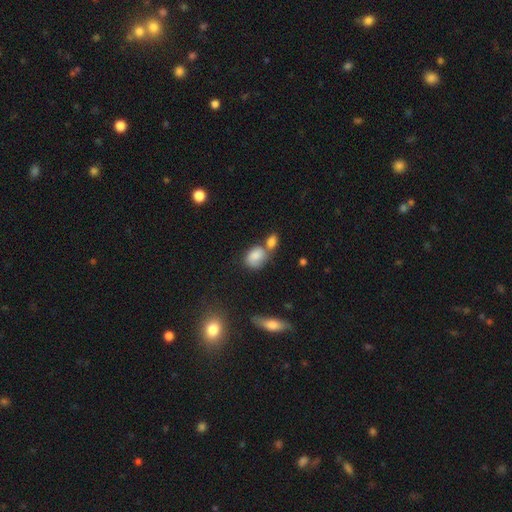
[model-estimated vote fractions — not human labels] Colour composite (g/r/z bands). It shows a smooth galaxy with no disk features (80%) that is in between round and cigar-shaped (74%). Merging: merger (44%).